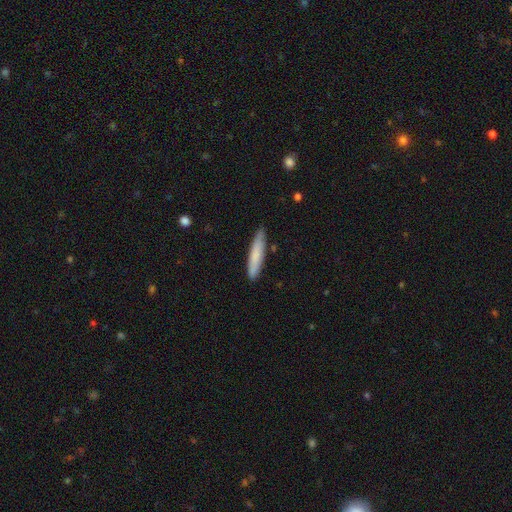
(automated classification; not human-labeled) This appears to be a smooth galaxy with no disk features (78%) that is cigar-shaped (89%). Merging: none (85%).